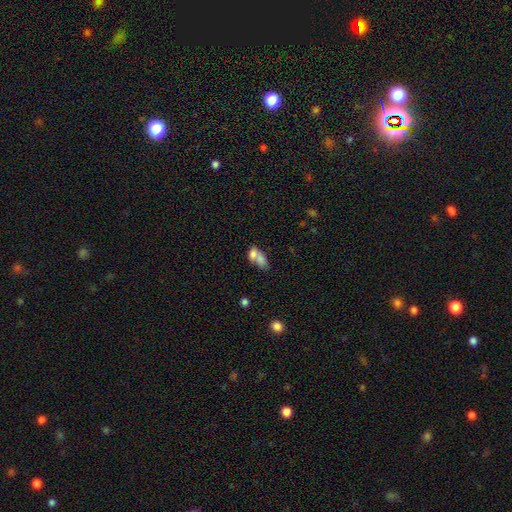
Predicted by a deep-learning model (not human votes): This appears to be a smooth galaxy with no disk features (71%) that is in between round and cigar-shaped (79%). Merging: merger (65%).